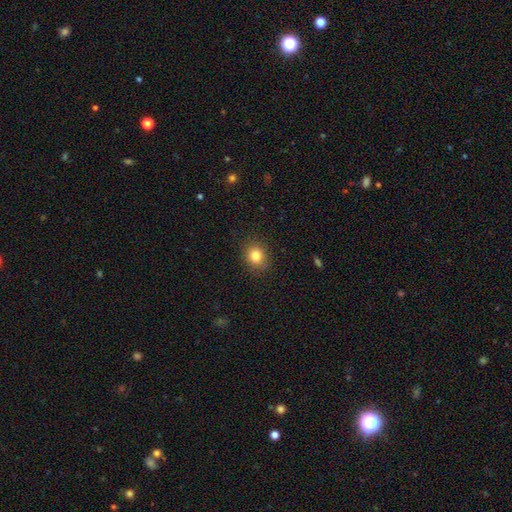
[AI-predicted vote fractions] Overall: smooth (82%). How rounded: round (72%). Merging: none (88%).